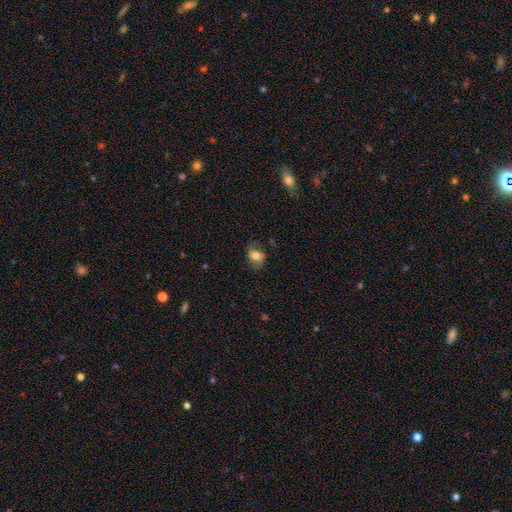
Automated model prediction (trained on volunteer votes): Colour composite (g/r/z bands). It shows a smooth galaxy with no disk features (67%) that is in between round and cigar-shaped (72%). Merging: none (63%).